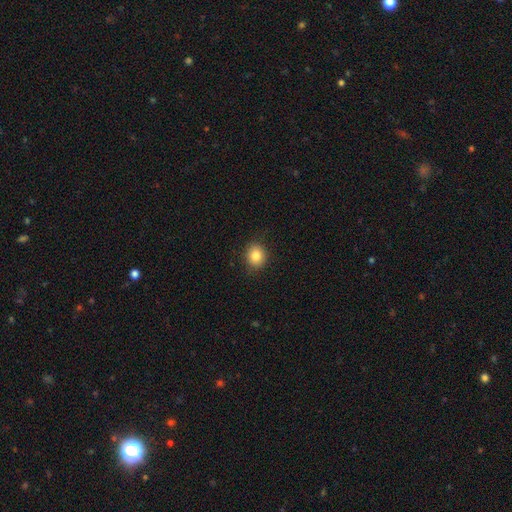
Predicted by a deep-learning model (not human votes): Smooth or featured? smooth (84%)
How rounded? round (71%)
Merging? none (87%)